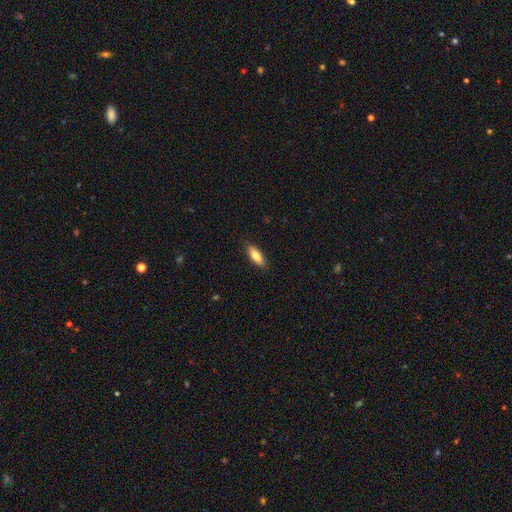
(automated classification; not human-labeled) smooth 76%, featured or disk 18%, star or artifact 6%. Down the decision tree: how rounded — in between (64%); merging — none (87%).